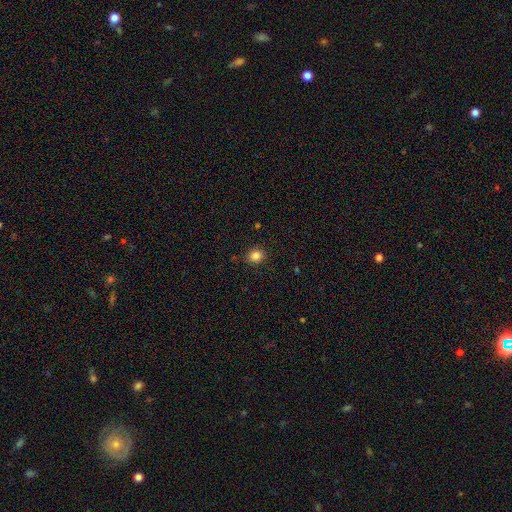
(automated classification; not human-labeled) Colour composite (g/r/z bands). It shows a smooth galaxy with no disk features (84%) that is round (79%). Merging: none (90%).